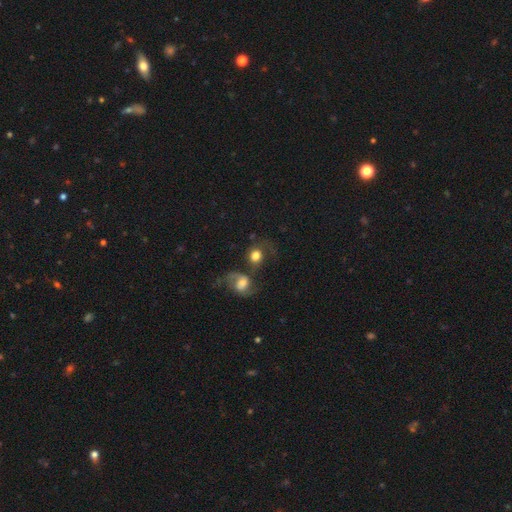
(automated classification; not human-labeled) Q: Smooth or featured?
A: smooth (64%); runner-up: featured or disk (27%)
Q: How rounded?
A: round (75%); runner-up: in between (24%)
Q: Merging?
A: merger (42%); runner-up: none (32%)